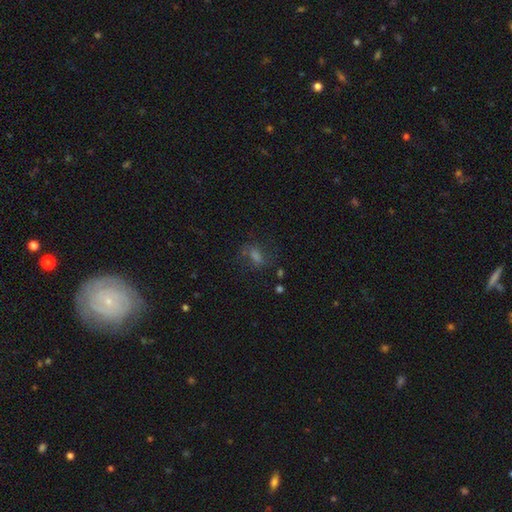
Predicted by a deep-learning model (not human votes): Q: Smooth or featured?
A: smooth (39%); runner-up: star or artifact (31%)
Q: Merging?
A: none (66%); runner-up: minor disturbance (17%)